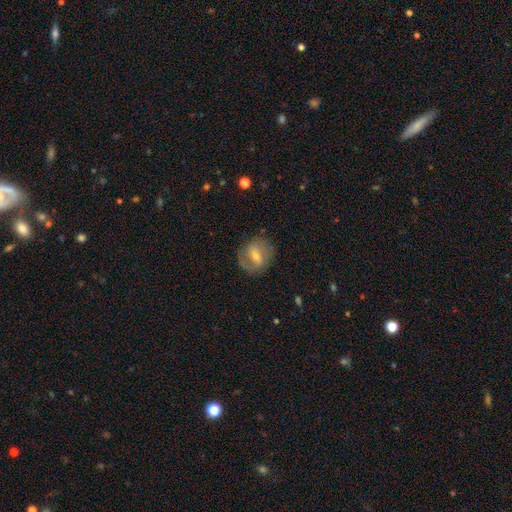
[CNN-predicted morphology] Overall: featured or disk (61%; smooth 31%). Edge-on disk: no (95%). Bar: weak (45%; strong 37%). Spiral arms: yes (73%). Bulge size: moderate (48%; small 45%). Merging: none (75%).